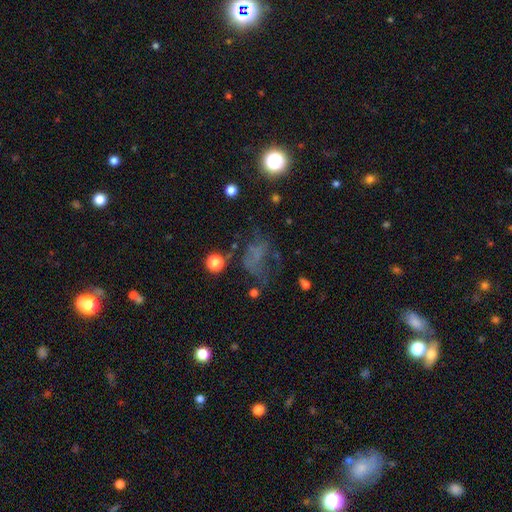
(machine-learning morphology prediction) smooth_or_featured: smooth (p=0.35) [alt: featured or disk p=0.33]
merging: none (p=0.40) [alt: major disturbance p=0.35]